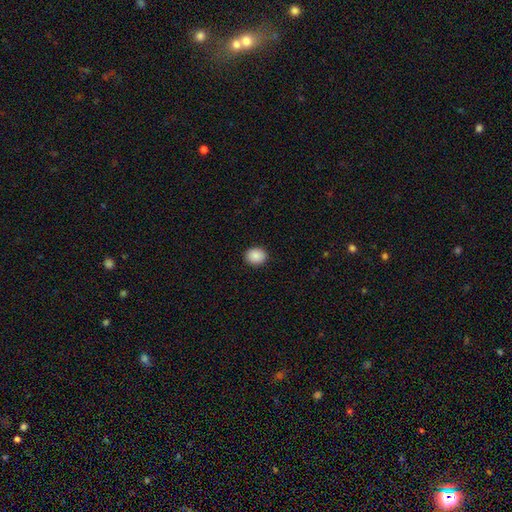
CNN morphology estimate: Smooth or featured?
  - smooth: 89% *
  - star or artifact: 8%
  - featured or disk: 3%
How rounded?
  - round: 60% *
  - in between: 39%
  - cigar-shaped: 1%
Merging?
  - none: 91% *
  - minor disturbance: 6%
  - major disturbance: 2%
  - merger: 1%